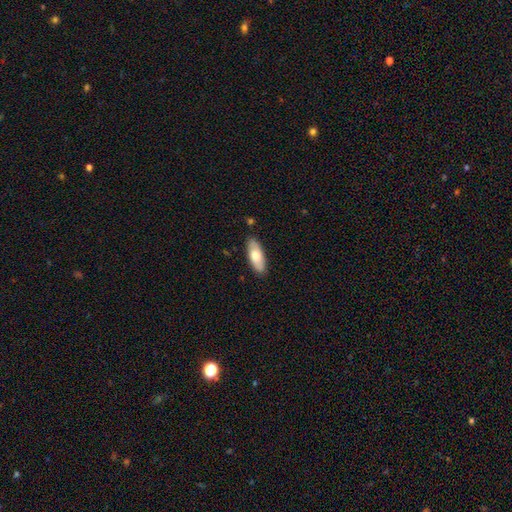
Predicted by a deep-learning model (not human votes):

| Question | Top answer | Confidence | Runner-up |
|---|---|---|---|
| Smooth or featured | smooth | 71% | featured or disk (24%) |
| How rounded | in between | 77% | cigar-shaped (21%) |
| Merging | none | 86% | minor disturbance (11%) |